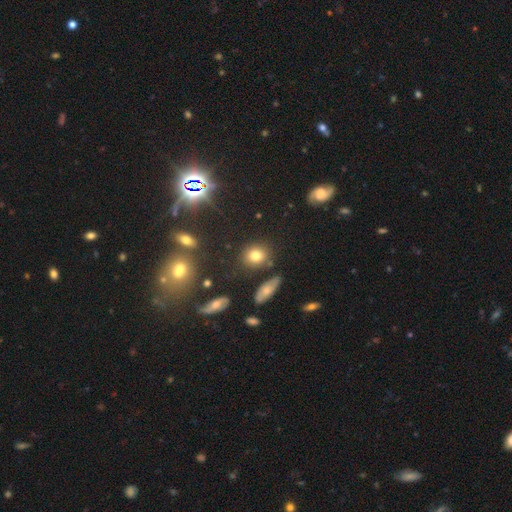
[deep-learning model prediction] Smooth or featured?
  - smooth: 77% *
  - star or artifact: 14%
  - featured or disk: 9%
How rounded?
  - round: 71% *
  - in between: 27%
  - cigar-shaped: 2%
Merging?
  - none: 79% *
  - minor disturbance: 11%
  - merger: 5%
  - major disturbance: 4%